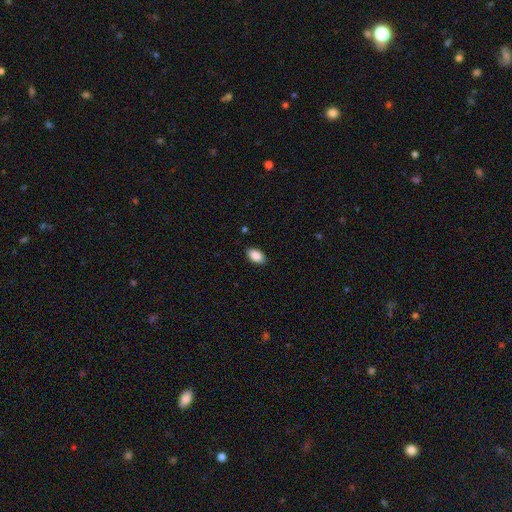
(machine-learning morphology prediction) Smooth or featured? smooth (90%)
How rounded? in between (92%)
Merging? none (87%)